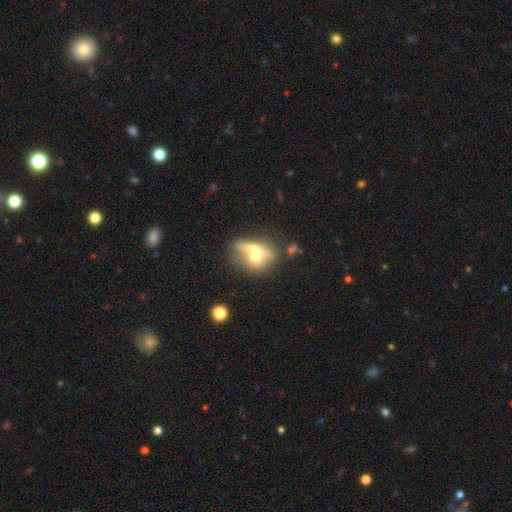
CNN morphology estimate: Smooth or featured? smooth (53%)
How rounded? in between (52%)
Merging? merger (54%)